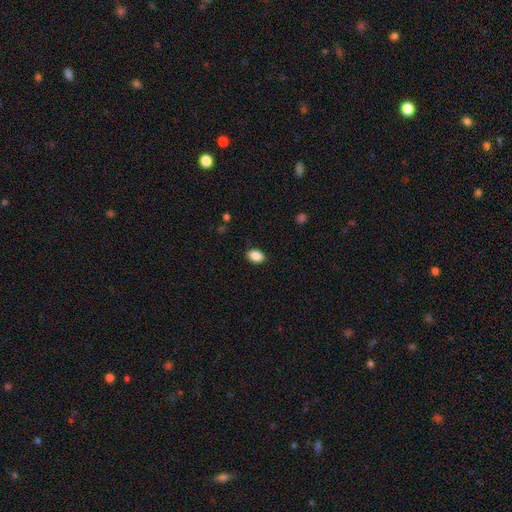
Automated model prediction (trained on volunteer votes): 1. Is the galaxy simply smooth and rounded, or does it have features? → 88% smooth, 8% star or artifact, 4% featured or disk.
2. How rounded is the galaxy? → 77% in between, 22% round, 1% cigar-shaped.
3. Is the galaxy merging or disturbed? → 86% none, 11% minor disturbance, 2% major disturbance, 1% merger.